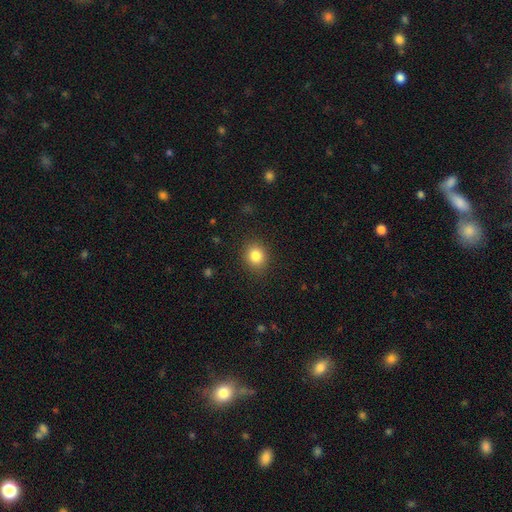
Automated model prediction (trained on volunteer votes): smooth_or_featured: smooth (p=0.84) [alt: star or artifact p=0.10]
how_rounded: round (p=0.71) [alt: in between p=0.28]
merging: none (p=0.88) [alt: minor disturbance p=0.08]